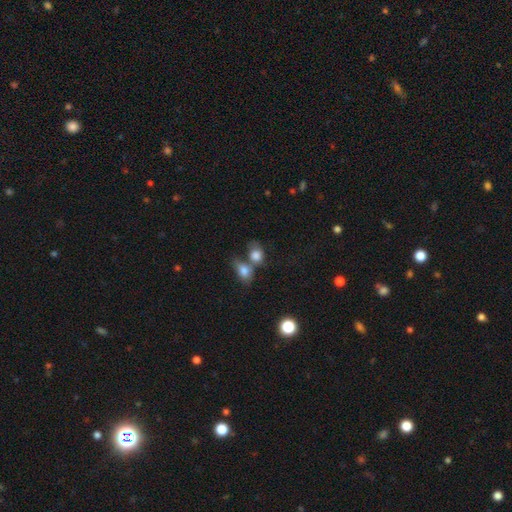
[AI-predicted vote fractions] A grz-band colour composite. It shows a smooth galaxy with no disk features (80%) that is in between round and cigar-shaped (54%). Merging: merger (54%).